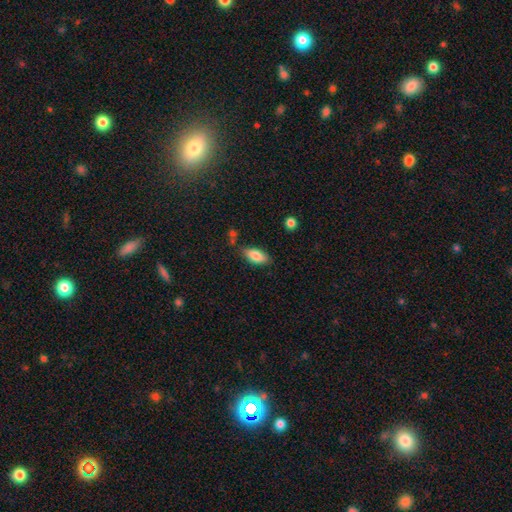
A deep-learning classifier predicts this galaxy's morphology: The model was most divided on "merging": none: 78%, minor disturbance: 15%, merger: 4%, major disturbance: 3%. More confident: how rounded — in between (88%); smooth or featured — smooth (83%).